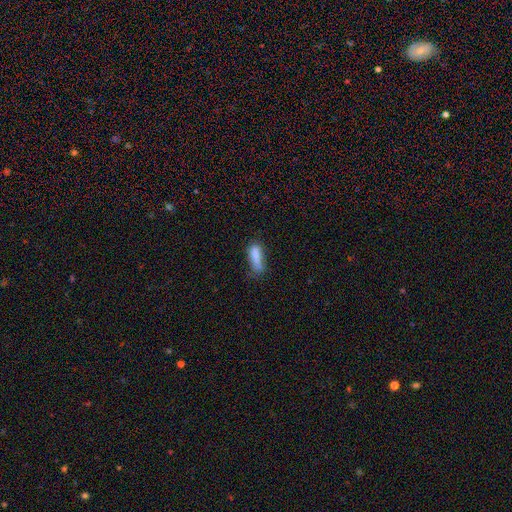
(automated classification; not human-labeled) A smooth galaxy with no disk features (82%) that is in between round and cigar-shaped (54%). Merging: none (45%).